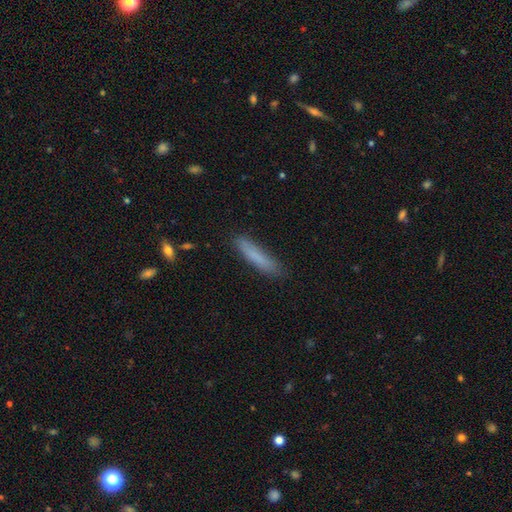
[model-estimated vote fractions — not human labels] Smooth or featured?
  - smooth: 80% *
  - featured or disk: 12%
  - star or artifact: 7%
How rounded?
  - cigar-shaped: 88% *
  - in between: 11%
  - round: 1%
Merging?
  - none: 82% *
  - minor disturbance: 13%
  - major disturbance: 3%
  - merger: 2%